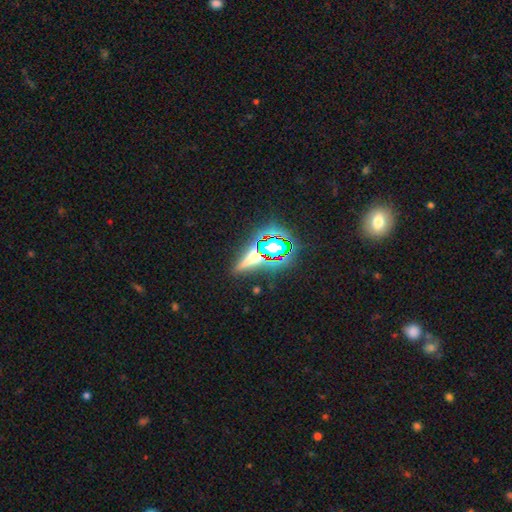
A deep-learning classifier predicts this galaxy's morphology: smooth_or_featured: star or artifact (p=0.44) [alt: smooth p=0.29]